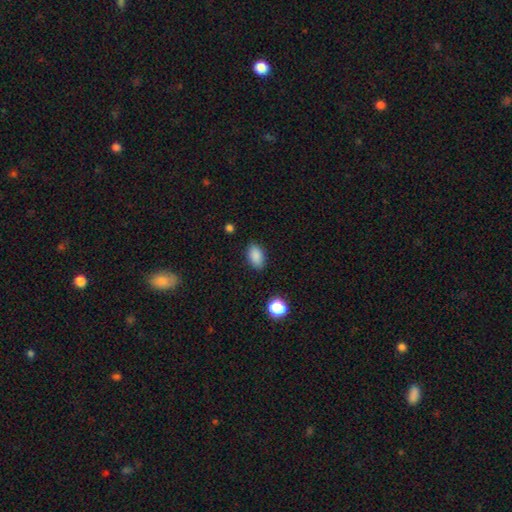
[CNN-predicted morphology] Overall: smooth (87%). How rounded: in between (90%). Merging: none (85%).